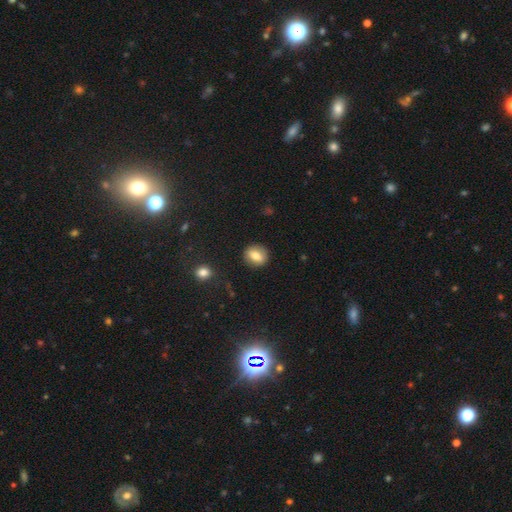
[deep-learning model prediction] Overall: smooth (75%). How rounded: round (63%; in between 35%). Merging: none (86%).